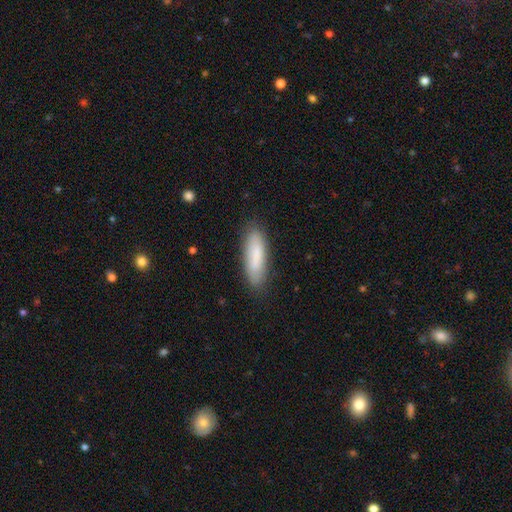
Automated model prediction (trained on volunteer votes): Q: Smooth or featured?
A: smooth (80%); runner-up: featured or disk (14%)
Q: How rounded?
A: cigar-shaped (51%); runner-up: in between (47%)
Q: Merging?
A: none (84%); runner-up: minor disturbance (13%)